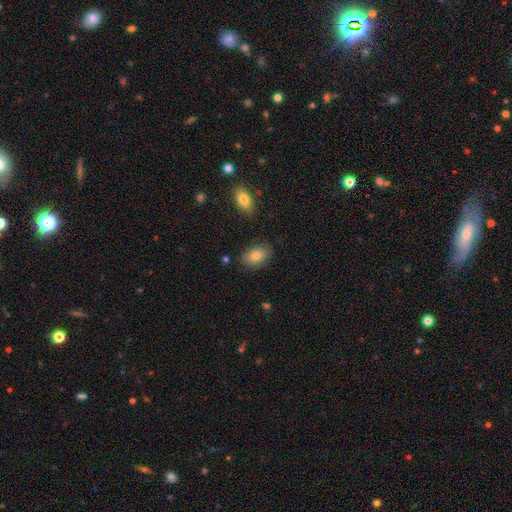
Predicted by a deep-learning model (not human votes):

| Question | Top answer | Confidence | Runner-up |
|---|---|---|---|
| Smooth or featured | smooth | 81% | featured or disk (11%) |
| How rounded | in between | 89% | round (10%) |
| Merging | none | 82% | minor disturbance (13%) |